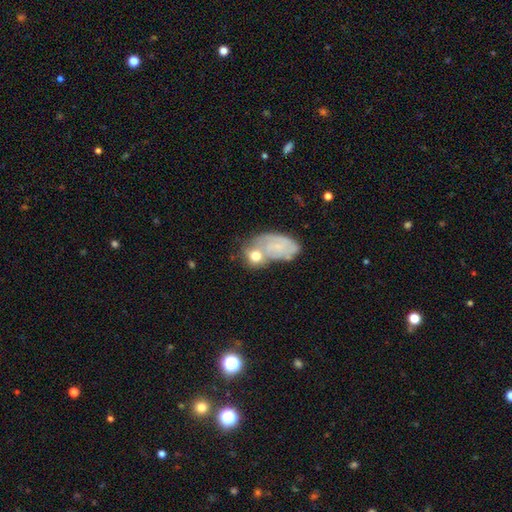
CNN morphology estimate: smooth_or_featured: smooth (p=0.59) [alt: featured or disk p=0.32]
how_rounded: in between (p=0.52) [alt: round p=0.46]
merging: merger (p=0.46) [alt: none p=0.30]